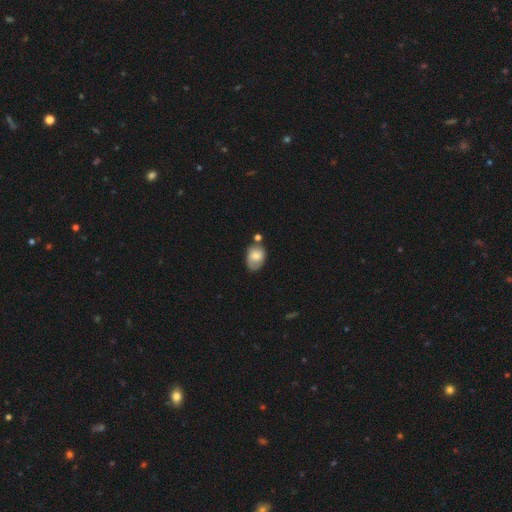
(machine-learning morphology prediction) A smooth galaxy with no disk features (68%) that is in between round and cigar-shaped (76%). Merging: none (55%).